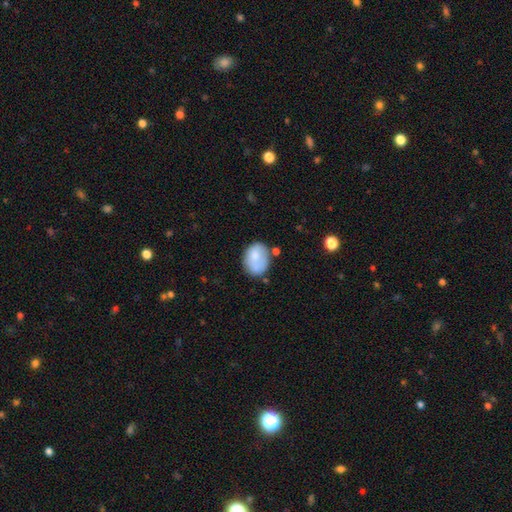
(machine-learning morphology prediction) smooth-or-featured: smooth: 76% | featured or disk: 17% | star or artifact: 7%
  how-rounded: in between: 69% | round: 30% | cigar-shaped: 1%
  merging: none: 57% | minor disturbance: 24% | merger: 10% | major disturbance: 8%